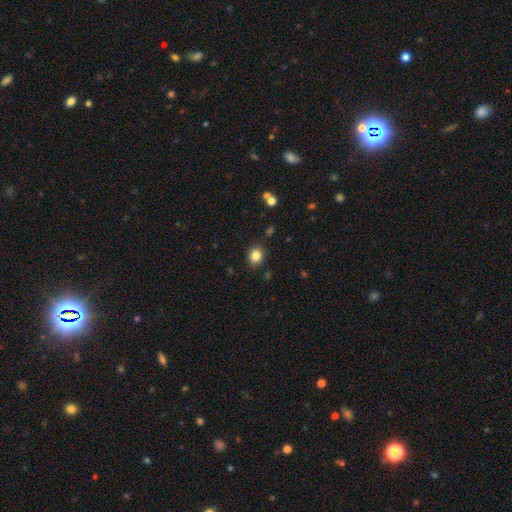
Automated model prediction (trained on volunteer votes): Smooth or featured?
  - smooth: 84% *
  - star or artifact: 11%
  - featured or disk: 5%
How rounded?
  - round: 67% *
  - in between: 32%
  - cigar-shaped: 1%
Merging?
  - none: 88% *
  - minor disturbance: 8%
  - major disturbance: 2%
  - merger: 2%